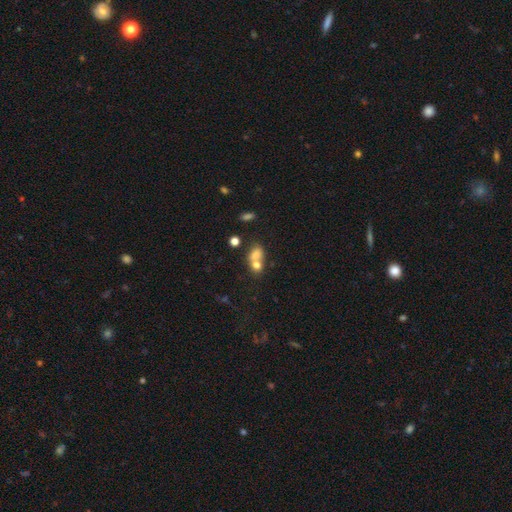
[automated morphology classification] This is likely a smooth galaxy (72%). How rounded: possibly in between (56%). Merging: likely merger (62%).